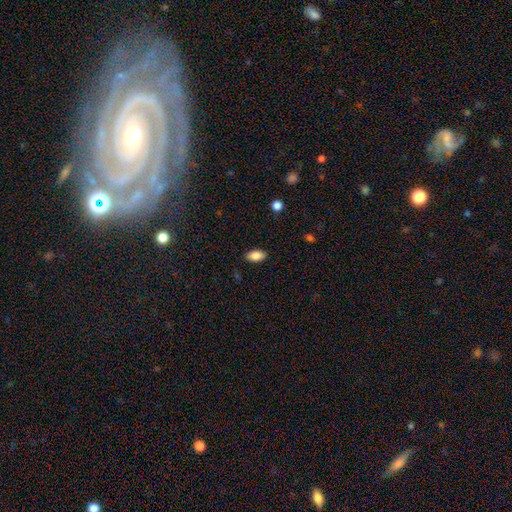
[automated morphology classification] A smooth galaxy with no disk features (85%) that is in between round and cigar-shaped (92%).

Vote fractions:
- Smooth or featured? smooth: 85% / star or artifact: 8% / featured or disk: 7%
- How rounded? in between: 92% / round: 5% / cigar-shaped: 3%
- Merging? none: 88% / minor disturbance: 9% / major disturbance: 2% / merger: 1%